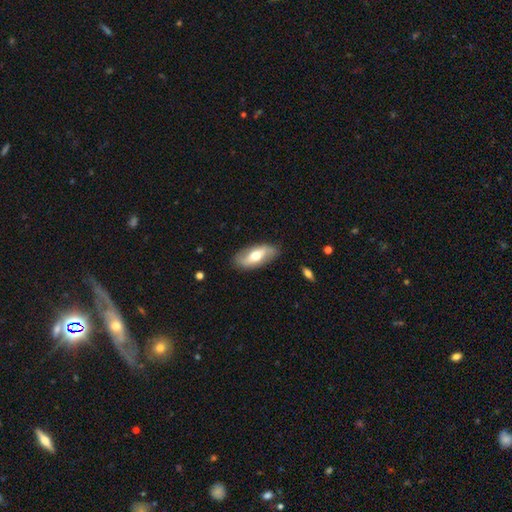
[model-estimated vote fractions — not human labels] Q: Smooth or featured?
A: featured or disk (51%); runner-up: smooth (44%)
Q: Edge-on disk?
A: no (79%); runner-up: yes (21%)
Q: Merging?
A: none (84%); runner-up: minor disturbance (12%)